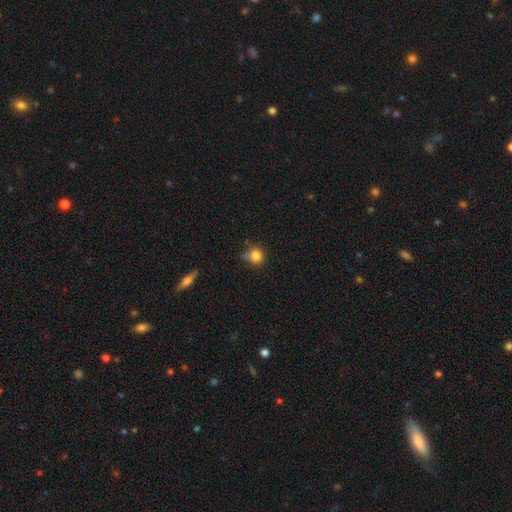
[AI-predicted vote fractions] Smooth or featured? Predicted: smooth (p=0.82). How rounded? Predicted: round (p=0.84). Merging? Predicted: none (p=0.60).